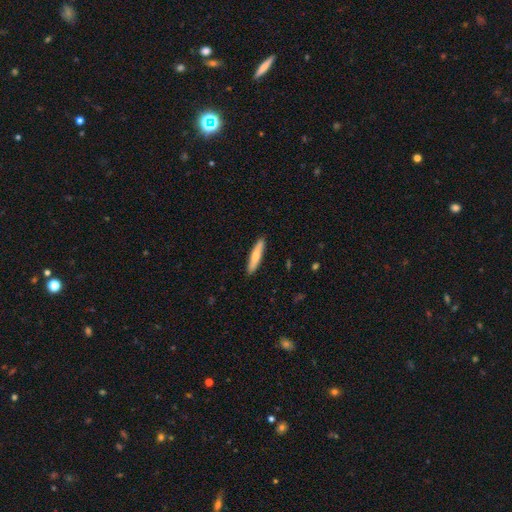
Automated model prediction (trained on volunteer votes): A smooth galaxy with no disk features (69%) that is cigar-shaped (87%). Merging: none (90%).